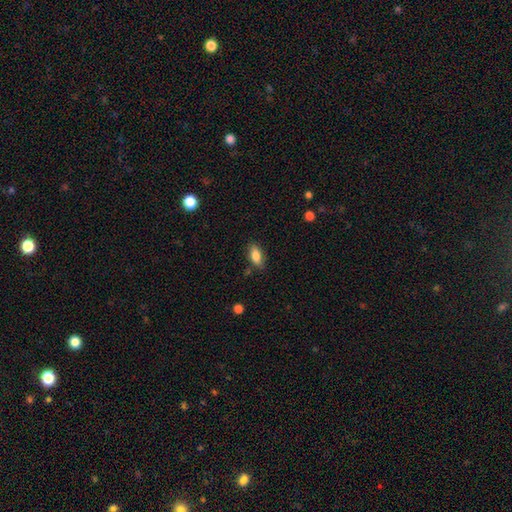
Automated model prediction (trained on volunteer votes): The model was most divided on "merging": none: 82%, minor disturbance: 13%, major disturbance: 3%, merger: 2%. More confident: how rounded — in between (86%); smooth or featured — smooth (82%).